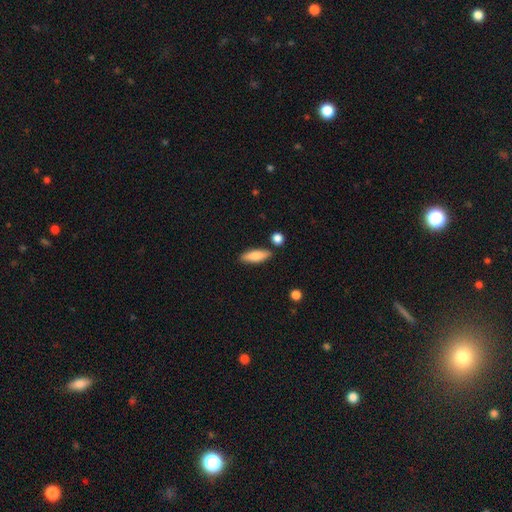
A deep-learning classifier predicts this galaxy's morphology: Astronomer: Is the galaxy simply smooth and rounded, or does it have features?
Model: smooth — 79%.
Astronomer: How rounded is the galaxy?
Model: in between — 52% (runner-up: cigar-shaped, 45%).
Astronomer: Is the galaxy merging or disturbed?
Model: none — 83%.